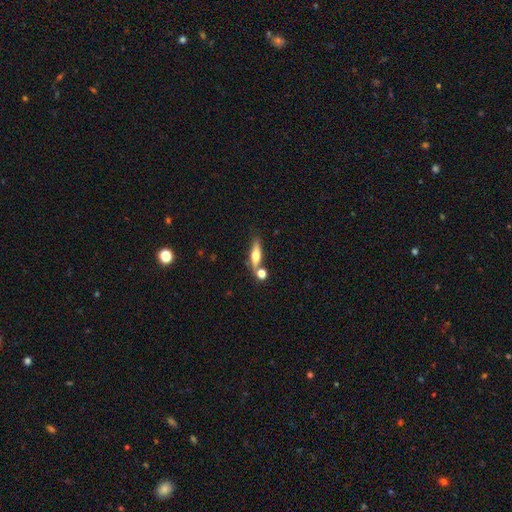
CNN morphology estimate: smooth-or-featured: smooth: 50% | featured or disk: 43% | star or artifact: 7%
  merging: none: 65% | merger: 18% | minor disturbance: 13% | major disturbance: 4%